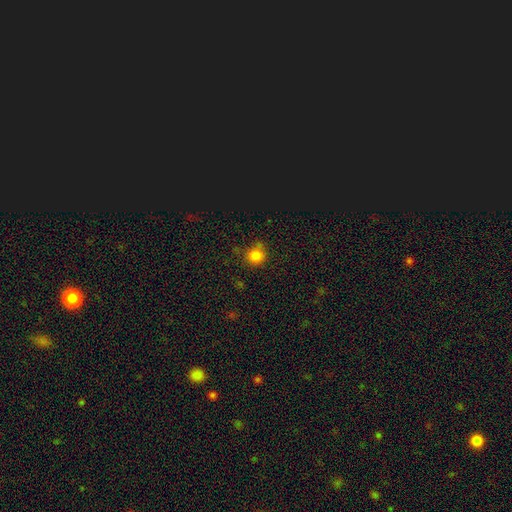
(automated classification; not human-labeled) This is clearly a smooth galaxy (80%). How rounded: clearly round (87%). Merging: likely none (70%).